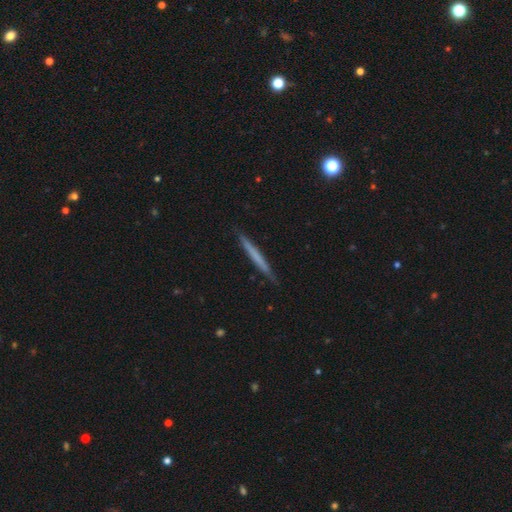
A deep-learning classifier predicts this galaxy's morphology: Smooth or featured?
  - smooth: 56% *
  - featured or disk: 38%
  - star or artifact: 6%
How rounded?
  - cigar-shaped: 97% *
  - in between: 2%
  - round: 1%
Merging?
  - none: 90% *
  - minor disturbance: 8%
  - major disturbance: 1%
  - merger: 1%